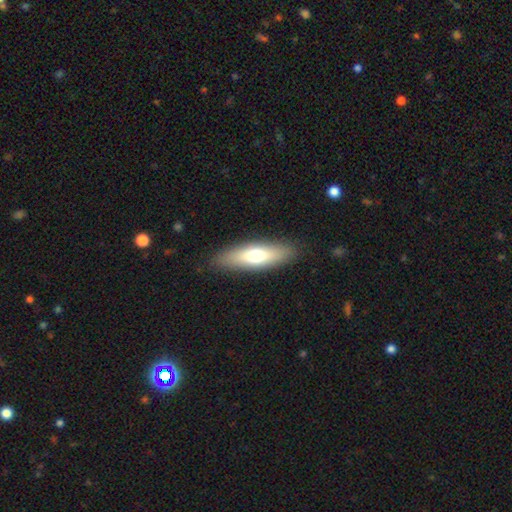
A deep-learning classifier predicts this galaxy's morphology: The model was most divided on "how rounded" (2-way tie): in between: 49%, cigar-shaped: 49%, round: 2%. More confident: merging — none (88%); smooth or featured — smooth (66%).